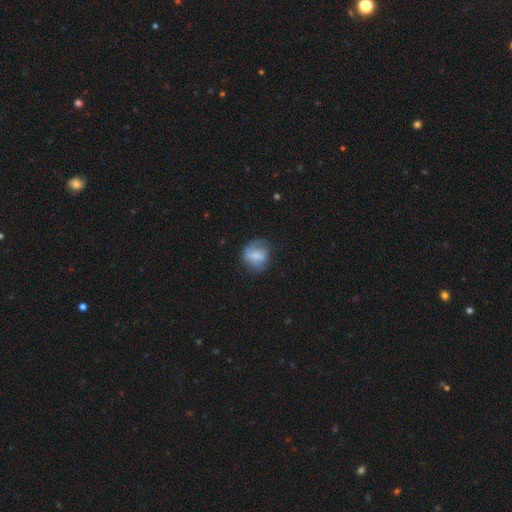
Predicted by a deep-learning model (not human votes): Morphology: type=smooth (68%); roundness=round (62%); merging=none (58%).